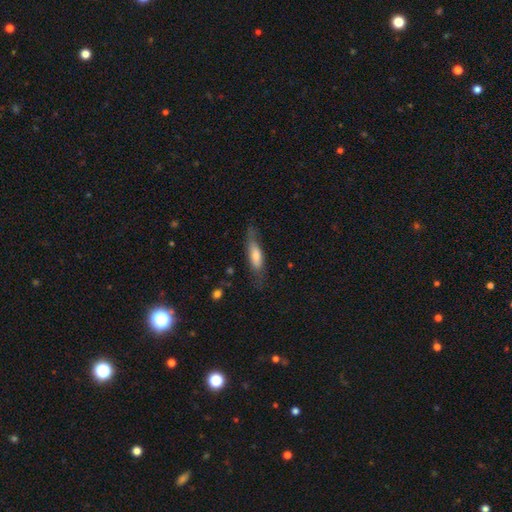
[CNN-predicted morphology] The model was most divided on "how rounded": cigar-shaped: 57%, in between: 41%, round: 2%. More confident: merging — none (64%); smooth or featured — smooth (63%).